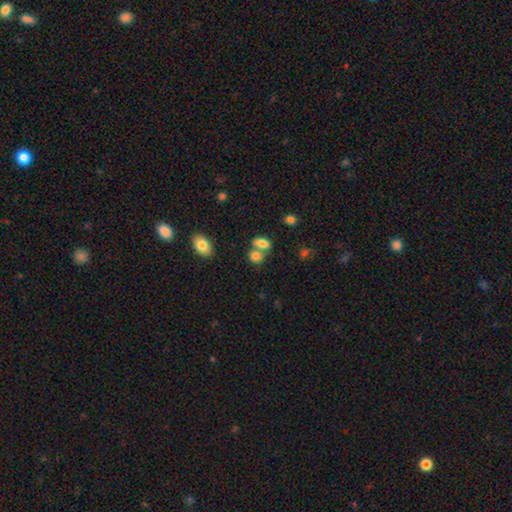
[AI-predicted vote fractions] A smooth galaxy with no disk features (80%) that is in between round and cigar-shaped (53%).

Vote fractions:
- Smooth or featured? smooth: 80% / star or artifact: 10% / featured or disk: 10%
- How rounded? in between: 53% / round: 44% / cigar-shaped: 3%
- Merging? merger: 45% / none: 42% / minor disturbance: 9% / major disturbance: 4%